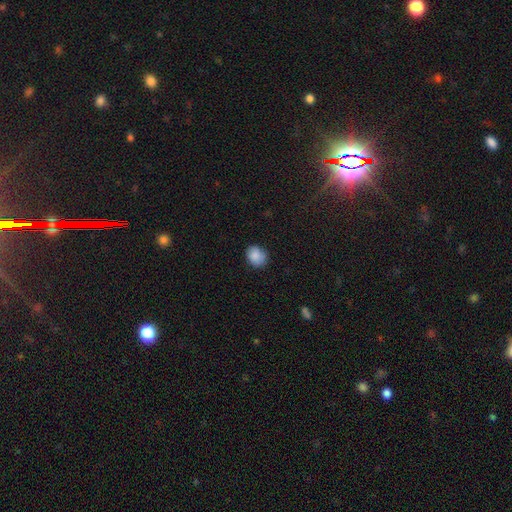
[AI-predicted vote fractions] The model was most divided on "how rounded": round: 55%, in between: 44%, cigar-shaped: 1%. More confident: smooth or featured — smooth (87%); merging — none (78%).